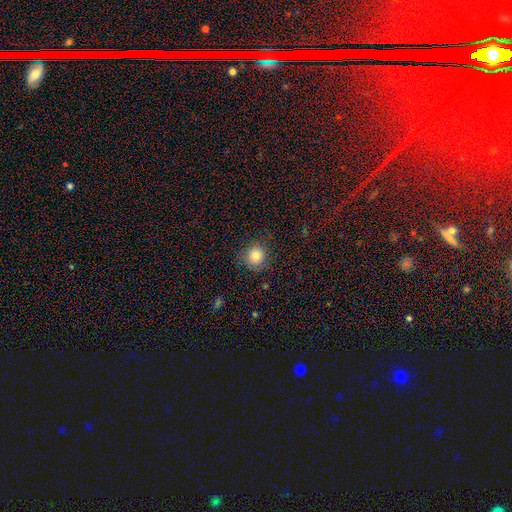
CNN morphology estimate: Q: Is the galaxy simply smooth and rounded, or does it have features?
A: smooth — 81%.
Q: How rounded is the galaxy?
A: round — 89%.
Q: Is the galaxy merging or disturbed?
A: none — 83%.